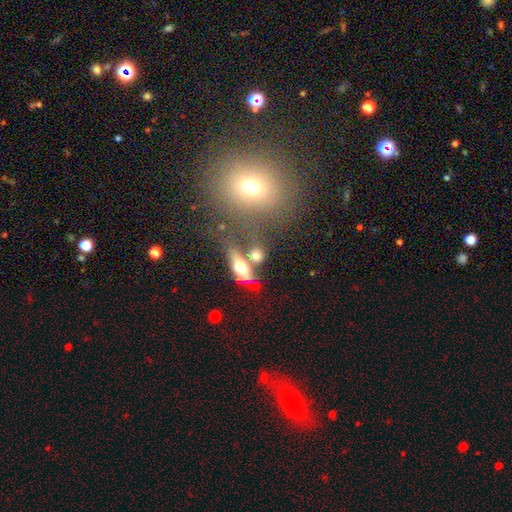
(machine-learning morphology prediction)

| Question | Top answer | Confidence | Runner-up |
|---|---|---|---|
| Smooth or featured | smooth | 62% | featured or disk (27%) |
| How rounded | in between | 53% | round (30%) |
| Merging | none | 46% | merger (33%) |